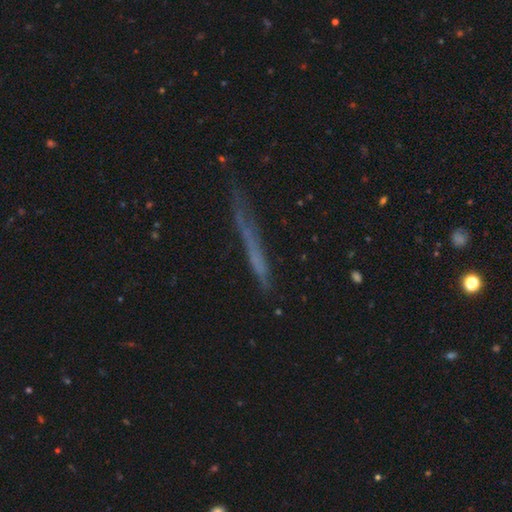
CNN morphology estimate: A smooth galaxy with no disk features (46%).

Vote fractions:
- Smooth or featured? smooth: 46% / featured or disk: 41% / star or artifact: 14%
- Merging? none: 70% / minor disturbance: 20% / major disturbance: 7% / merger: 3%